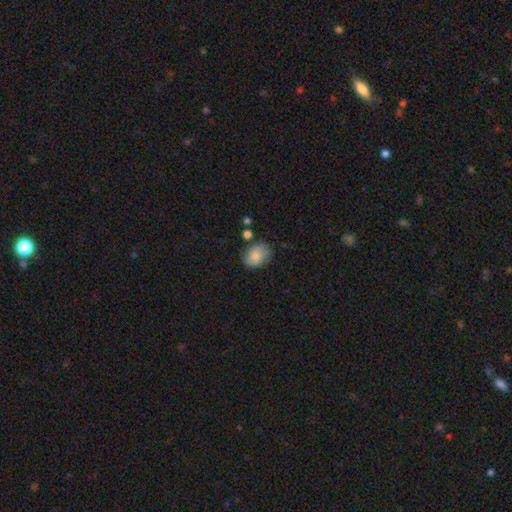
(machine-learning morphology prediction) This is likely a smooth galaxy (72%). How rounded: possibly in between (55%). Merging: likely none (69%).